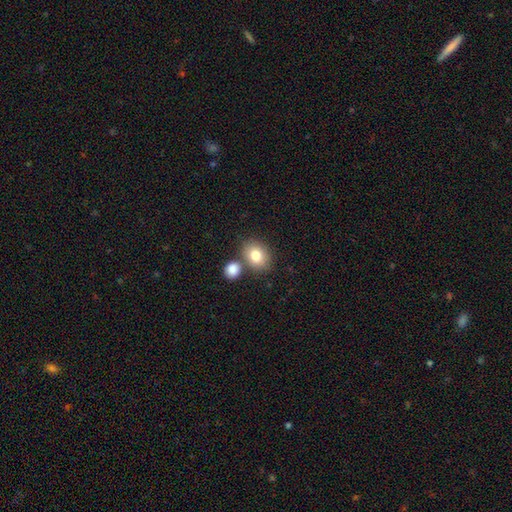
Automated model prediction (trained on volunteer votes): Smooth or featured? Predicted: smooth (p=0.81). How rounded? Predicted: in between (p=0.52). Merging? Predicted: none (p=0.64).